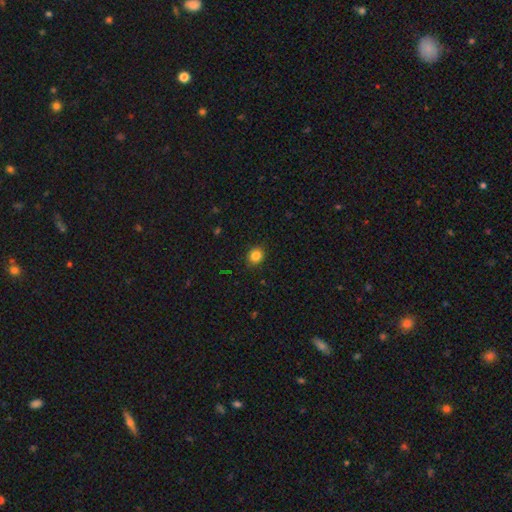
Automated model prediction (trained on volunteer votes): This appears to be a smooth galaxy with no disk features (84%) that is round (77%). Merging: none (89%).